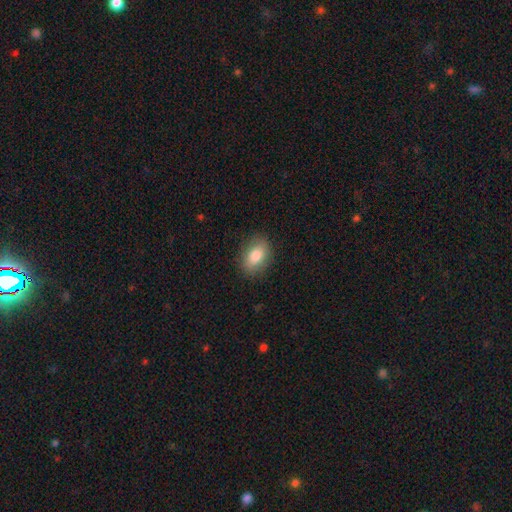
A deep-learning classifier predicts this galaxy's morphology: smooth_or_featured: smooth (p=0.82) [alt: featured or disk p=0.10]
how_rounded: in between (p=0.83) [alt: round p=0.15]
merging: none (p=0.86) [alt: minor disturbance p=0.10]